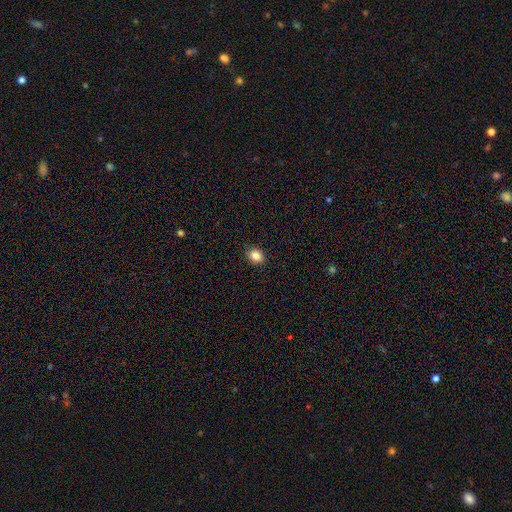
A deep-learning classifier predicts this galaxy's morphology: Overall: smooth (86%). How rounded: round (50%; in between 49%). Merging: none (88%).